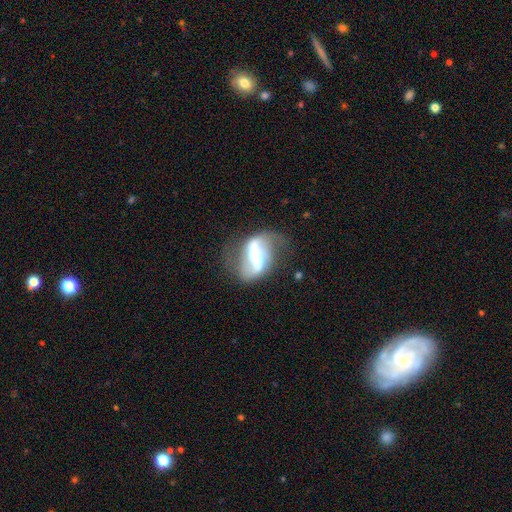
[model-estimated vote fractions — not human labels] Smooth or featured? featured or disk (81%)
Edge-on disk? no (96%)
Bar? strong (63%)
Spiral arms? yes (90%)
Spiral winding? loose (77%)
Spiral arm count? 2 (89%)
Bulge size? small (31%)
Merging? none (55%)